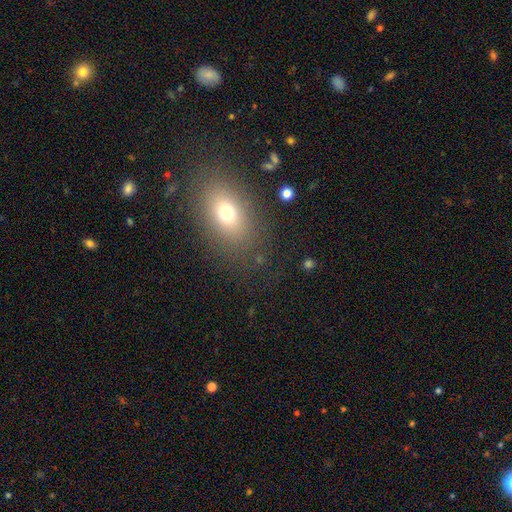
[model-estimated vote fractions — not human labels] A smooth galaxy with no disk features (68%) that is in between round and cigar-shaped (81%). Merging: none (85%).